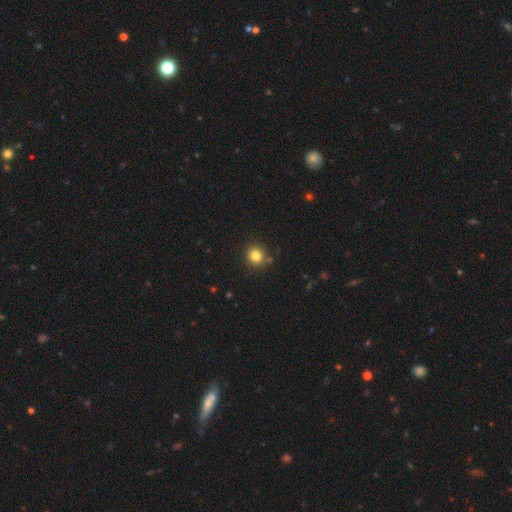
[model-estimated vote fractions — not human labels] The model was most divided on "smooth or featured": smooth: 81%, star or artifact: 13%, featured or disk: 6%. More confident: how rounded — round (92%); merging — none (85%).